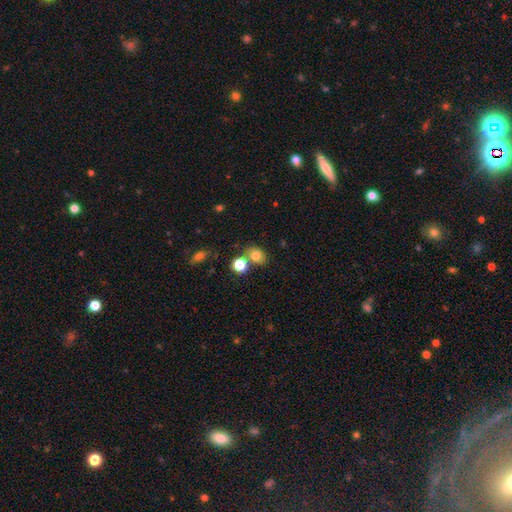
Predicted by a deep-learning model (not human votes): This appears to be a smooth galaxy with no disk features (79%) that is round (65%). Merging: none (65%).